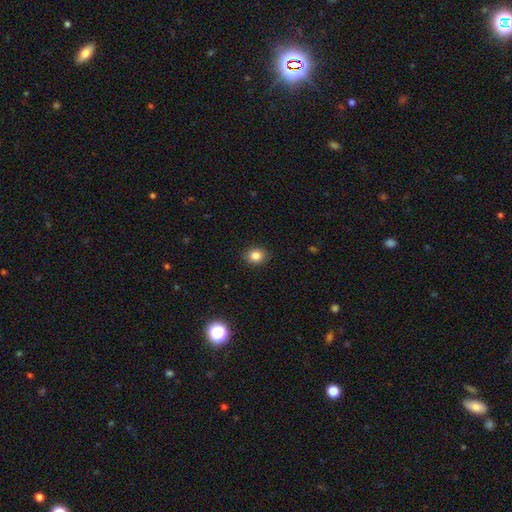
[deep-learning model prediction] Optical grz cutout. It shows a smooth galaxy with no disk features (84%) that is round (60%). Merging: none (89%).